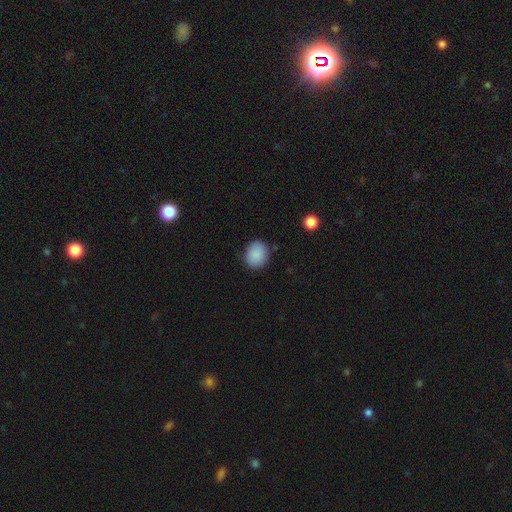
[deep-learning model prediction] A smooth galaxy with no disk features (89%) that is round (66%).

Vote fractions:
- Smooth or featured? smooth: 89% / star or artifact: 8% / featured or disk: 3%
- How rounded? round: 66% / in between: 33% / cigar-shaped: 1%
- Merging? none: 86% / minor disturbance: 10% / major disturbance: 3% / merger: 1%